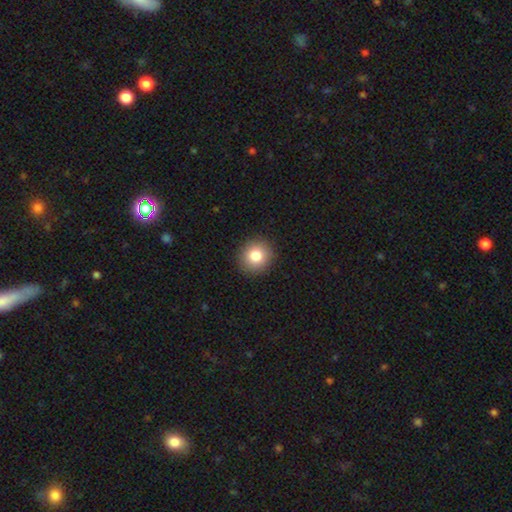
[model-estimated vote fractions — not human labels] smooth 82%, star or artifact 10%, featured or disk 8%. Down the decision tree: how rounded — round (87%); merging — none (92%).